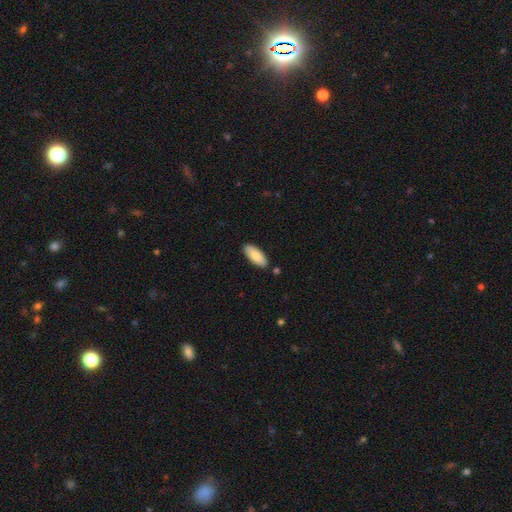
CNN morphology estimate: This is clearly a smooth galaxy (85%). How rounded: likely in between (78%). Merging: clearly none (87%).